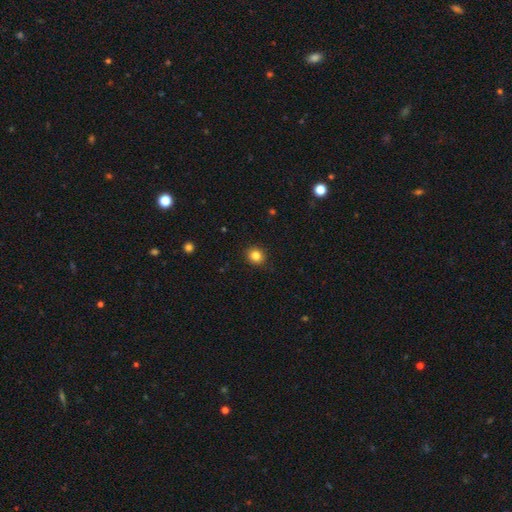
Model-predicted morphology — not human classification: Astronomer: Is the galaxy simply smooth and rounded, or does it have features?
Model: smooth — 83%.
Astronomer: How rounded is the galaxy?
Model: round — 80%.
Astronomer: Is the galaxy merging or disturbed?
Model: none — 89%.